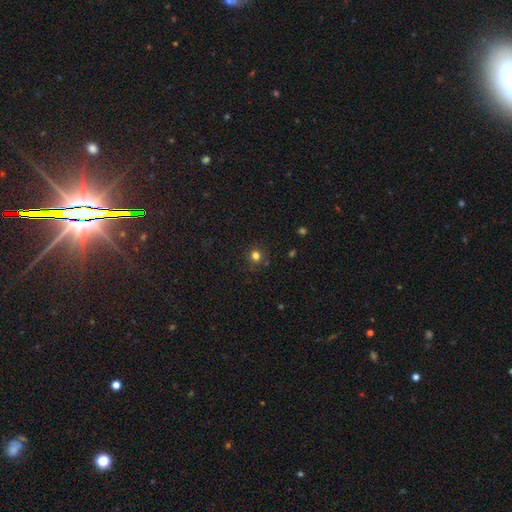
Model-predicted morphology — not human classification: Q: Smooth or featured?
A: smooth (77%); runner-up: star or artifact (18%)
Q: How rounded?
A: round (90%); runner-up: in between (9%)
Q: Merging?
A: none (86%); runner-up: minor disturbance (8%)